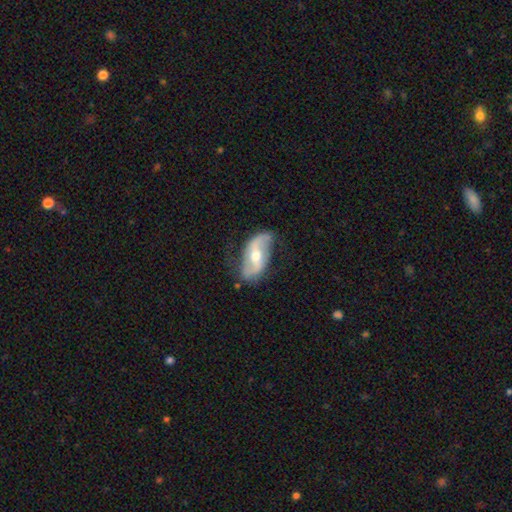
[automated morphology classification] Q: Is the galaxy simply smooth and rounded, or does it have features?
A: featured or disk — 79%.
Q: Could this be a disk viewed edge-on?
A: no — 93%.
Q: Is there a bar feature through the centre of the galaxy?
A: weak — 38%.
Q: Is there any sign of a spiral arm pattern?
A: yes — 87%.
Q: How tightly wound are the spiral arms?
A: loose — 66%.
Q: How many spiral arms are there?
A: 2 — 88%.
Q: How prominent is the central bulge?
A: moderate — 69%.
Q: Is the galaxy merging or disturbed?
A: none — 68%.